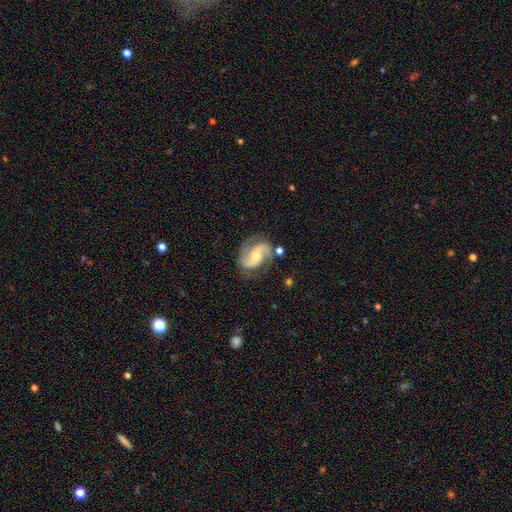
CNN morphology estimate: Overall: featured or disk (88%). Edge-on disk: no (98%). Bar: no (50%; weak 34%). Spiral arms: yes (97%). Spiral arm count: 2 (92%). Spiral winding: medium (52%; loose 27%). Bulge size: moderate (52%; small 43%). Merging: none (76%).